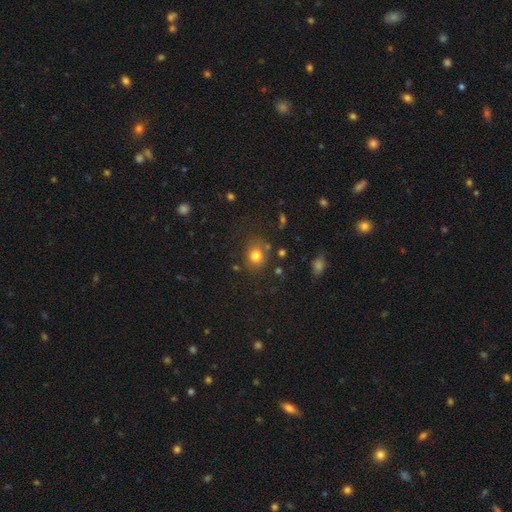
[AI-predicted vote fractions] Smooth or featured? smooth (78%)
How rounded? round (73%)
Merging? none (76%)